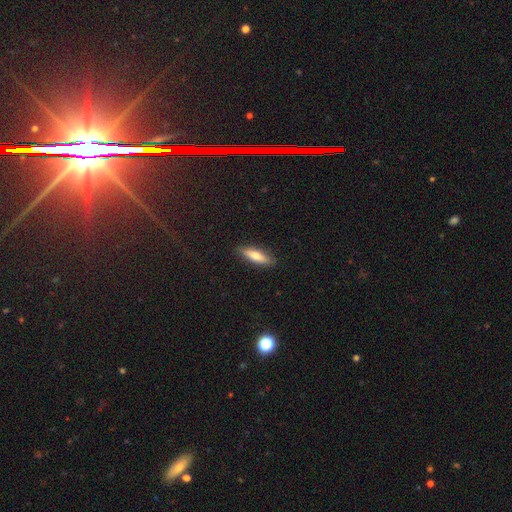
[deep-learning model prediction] Q: Smooth or featured?
A: smooth (69%); runner-up: featured or disk (25%)
Q: How rounded?
A: cigar-shaped (63%); runner-up: in between (36%)
Q: Merging?
A: none (89%); runner-up: minor disturbance (8%)